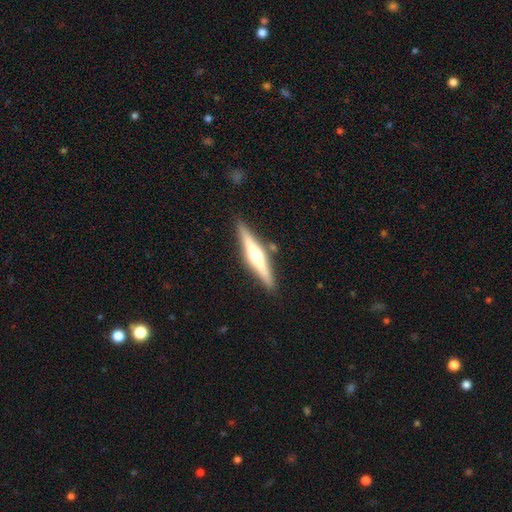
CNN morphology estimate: This appears to be a featured or disk galaxy (65%) viewed edge-on (97%) with a rounded central bulge (88%). Merging: none (86%).